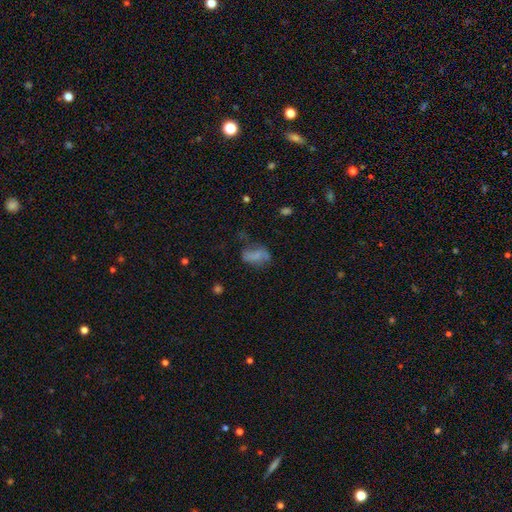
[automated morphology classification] This is possibly a smooth galaxy (59%). How rounded: clearly in between (87%). Merging: marginally none (38%).